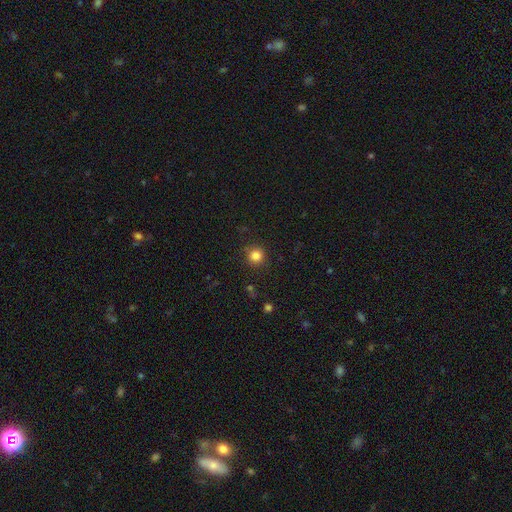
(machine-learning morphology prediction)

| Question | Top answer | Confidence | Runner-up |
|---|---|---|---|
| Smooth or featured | smooth | 84% | star or artifact (12%) |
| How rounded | round | 93% | in between (6%) |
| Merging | none | 87% | minor disturbance (9%) |